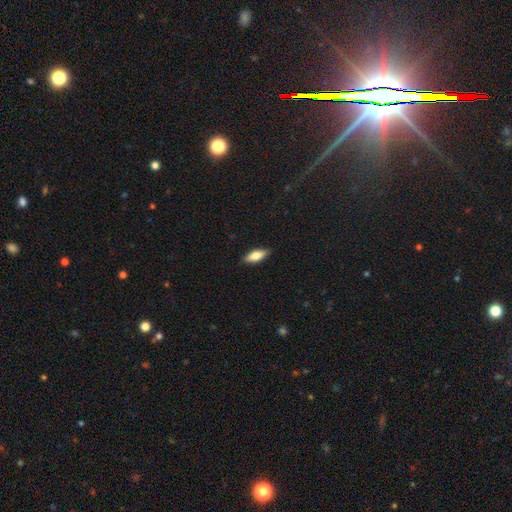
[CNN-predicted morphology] smooth 78%, featured or disk 16%, star or artifact 6%. Down the decision tree: how rounded — in between (74%); merging — none (88%).